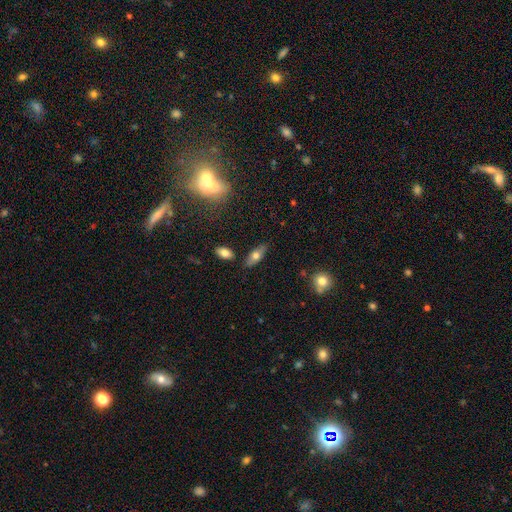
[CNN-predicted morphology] smooth-or-featured: smooth: 63% | featured or disk: 30% | star or artifact: 8%
  how-rounded: in between: 74% | cigar-shaped: 23% | round: 3%
  merging: none: 82% | minor disturbance: 12% | merger: 4% | major disturbance: 3%